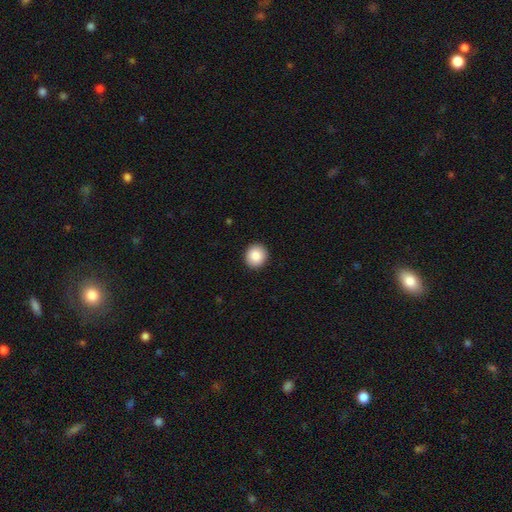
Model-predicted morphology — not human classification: Smooth or featured: smooth — 87% (star or artifact — 8%)
How rounded: round — 88% (in between — 11%)
Merging: none — 93% (minor disturbance — 5%)